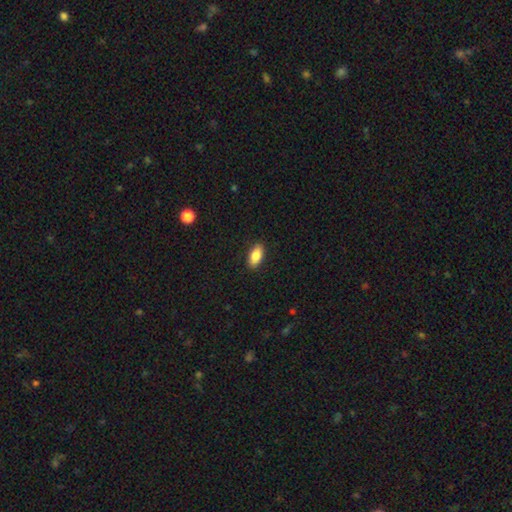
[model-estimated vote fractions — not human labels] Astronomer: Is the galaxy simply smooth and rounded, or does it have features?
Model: smooth — 84%.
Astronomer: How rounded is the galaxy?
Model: in between — 91%.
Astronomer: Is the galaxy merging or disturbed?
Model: none — 89%.